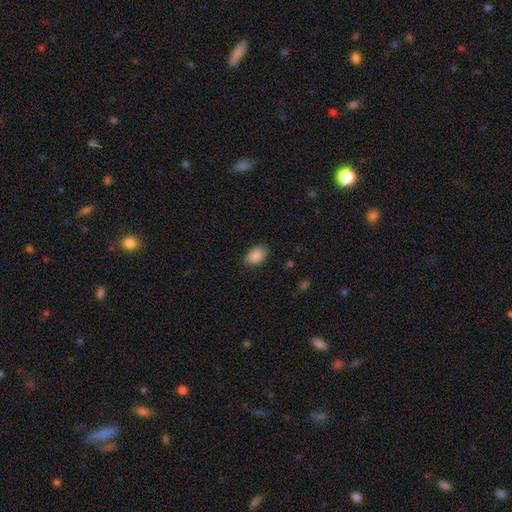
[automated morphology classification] Smooth or featured? smooth (89%)
How rounded? in between (85%)
Merging? none (82%)